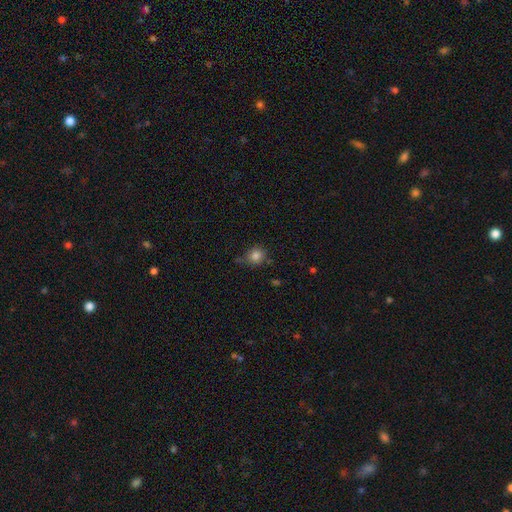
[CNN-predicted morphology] smooth-or-featured: smooth: 83% | star or artifact: 11% | featured or disk: 6%
  how-rounded: round: 80% | in between: 19% | cigar-shaped: 1%
  merging: none: 65% | minor disturbance: 23% | merger: 6% | major disturbance: 6%